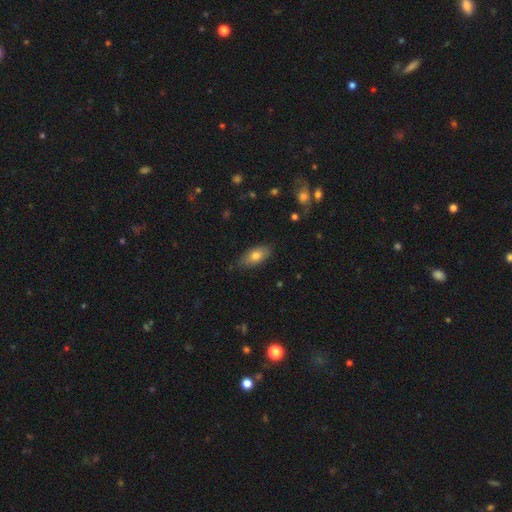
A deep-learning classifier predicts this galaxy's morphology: smooth-or-featured: smooth: 74% | featured or disk: 19% | star or artifact: 7%
  how-rounded: in between: 88% | cigar-shaped: 8% | round: 4%
  merging: none: 79% | minor disturbance: 17% | major disturbance: 3% | merger: 1%